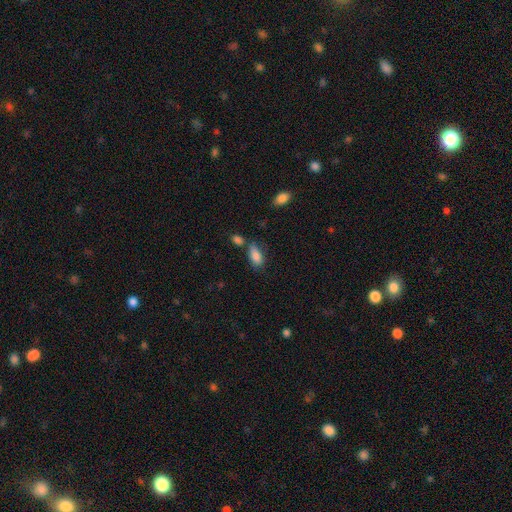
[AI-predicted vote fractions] Q: Smooth or featured?
A: smooth (86%); runner-up: star or artifact (8%)
Q: How rounded?
A: in between (89%); runner-up: cigar-shaped (7%)
Q: Merging?
A: none (56%); runner-up: minor disturbance (21%)